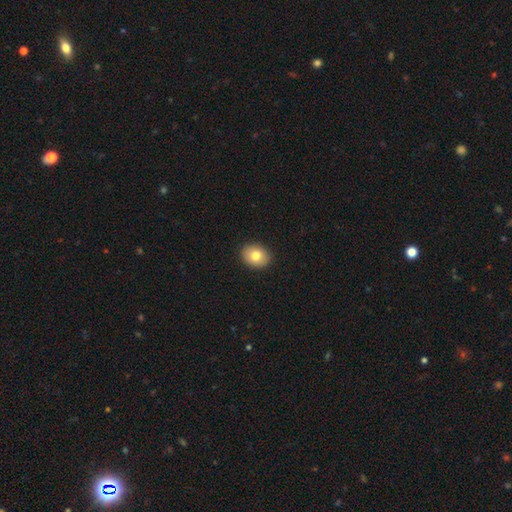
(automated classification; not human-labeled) Smooth or featured? Predicted: smooth (p=0.78). How rounded? Predicted: in between (p=0.52). Merging? Predicted: none (p=0.91).